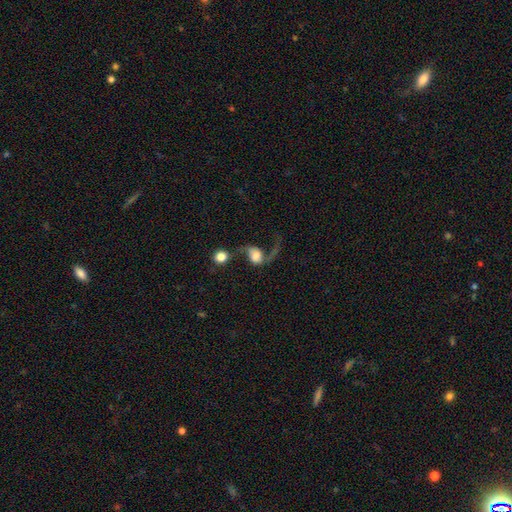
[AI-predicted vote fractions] smooth-or-featured: featured or disk: 57% | smooth: 33% | star or artifact: 10%
  disk-edge-on: no: 96% | yes: 4%
    bar: no: 65% | weak: 27% | strong: 8%
    has-spiral-arms: yes: 85% | no: 15%
    bulge-size: large: 35% | moderate: 23% | dominant: 17% | none: 13% | small: 12%
  merging: major disturbance: 33% | merger: 30% | none: 25% | minor disturbance: 12%